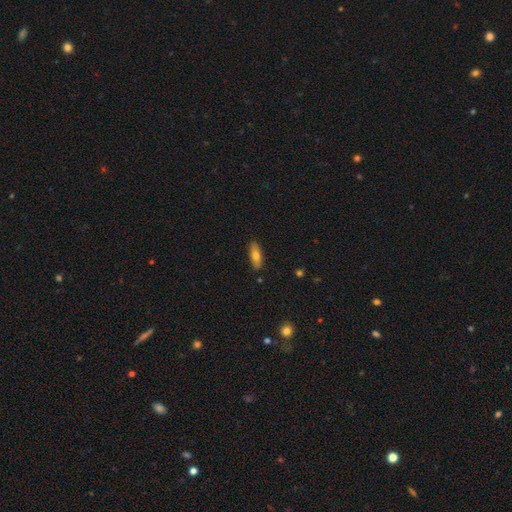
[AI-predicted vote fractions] A smooth galaxy with no disk features (70%) that is in between round and cigar-shaped (58%). Merging: none (88%).